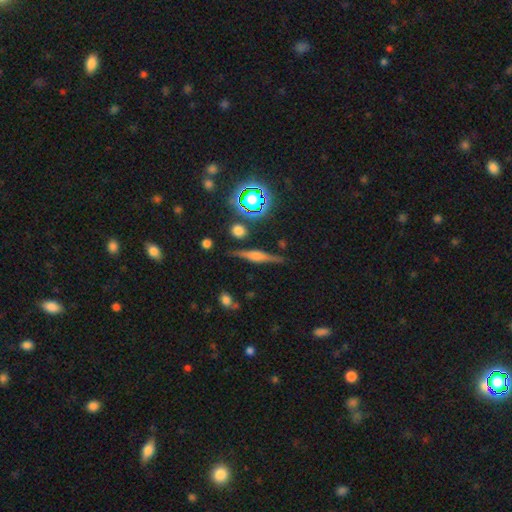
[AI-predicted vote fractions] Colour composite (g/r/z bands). It shows a featured or disk galaxy (70%) viewed edge-on (96%) with a rounded central bulge (72%). Merging: none (85%).